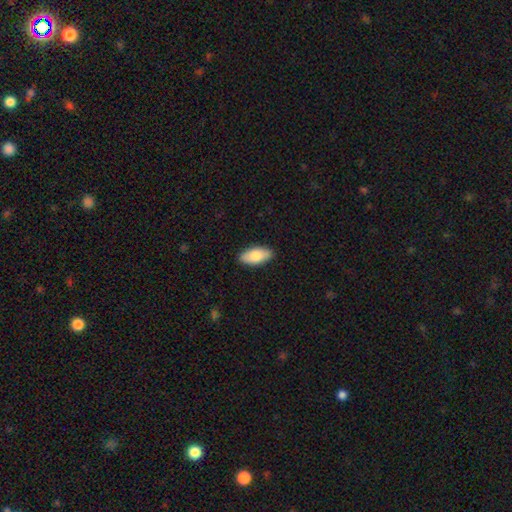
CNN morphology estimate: This is likely a smooth galaxy (79%). How rounded: clearly in between (91%). Merging: clearly none (88%).